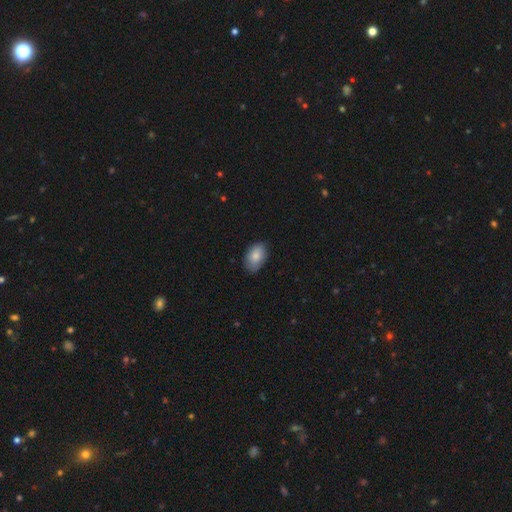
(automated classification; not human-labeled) smooth_or_featured: smooth (p=0.82) [alt: featured or disk p=0.11]
how_rounded: in between (p=0.89) [alt: round p=0.10]
merging: none (p=0.80) [alt: minor disturbance p=0.17]